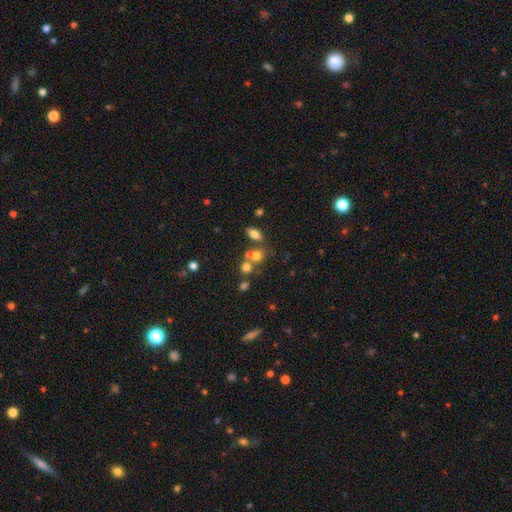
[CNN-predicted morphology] smooth 65%, featured or disk 18%, star or artifact 17%. Down the decision tree: how rounded — round (58%); merging — merger (43%).